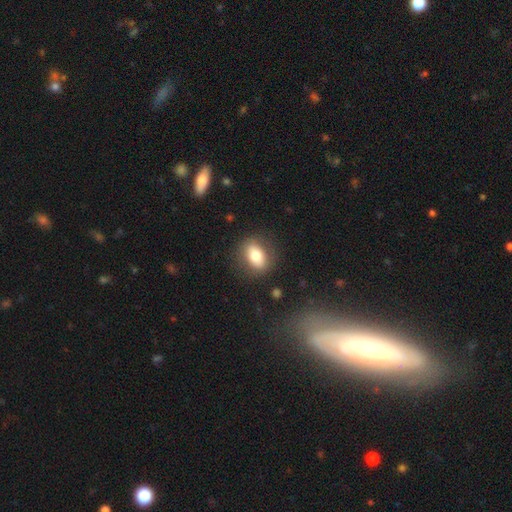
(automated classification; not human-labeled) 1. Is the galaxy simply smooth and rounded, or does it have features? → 73% smooth, 20% featured or disk, 8% star or artifact.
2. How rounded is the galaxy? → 73% in between, 24% round, 3% cigar-shaped.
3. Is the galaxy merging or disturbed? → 83% none, 11% minor disturbance, 4% major disturbance, 2% merger.